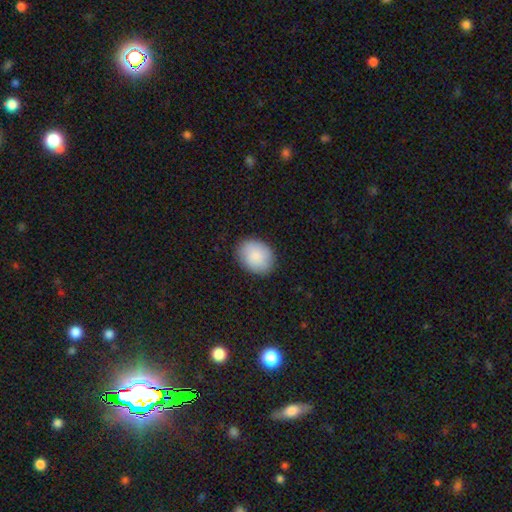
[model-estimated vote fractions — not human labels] A smooth galaxy with no disk features (87%) that is in between round and cigar-shaped (61%).

Vote fractions:
- Smooth or featured? smooth: 87% / featured or disk: 7% / star or artifact: 6%
- How rounded? in between: 61% / round: 38% / cigar-shaped: 1%
- Merging? none: 86% / minor disturbance: 10% / major disturbance: 2% / merger: 1%